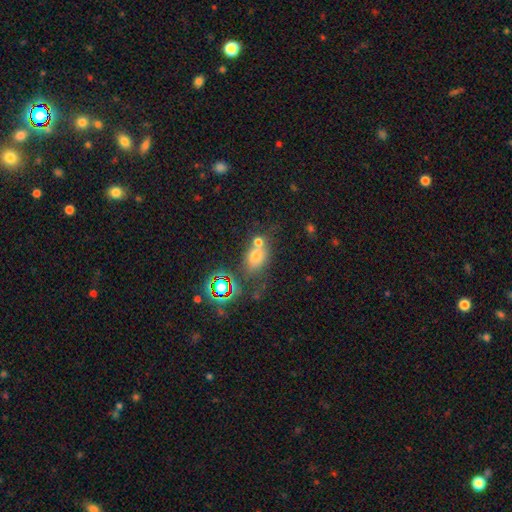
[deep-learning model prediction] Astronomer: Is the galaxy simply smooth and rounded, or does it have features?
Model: smooth — 62%.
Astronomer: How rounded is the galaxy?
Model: in between — 62%.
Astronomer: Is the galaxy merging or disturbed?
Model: none — 43% (runner-up: merger, 37%).